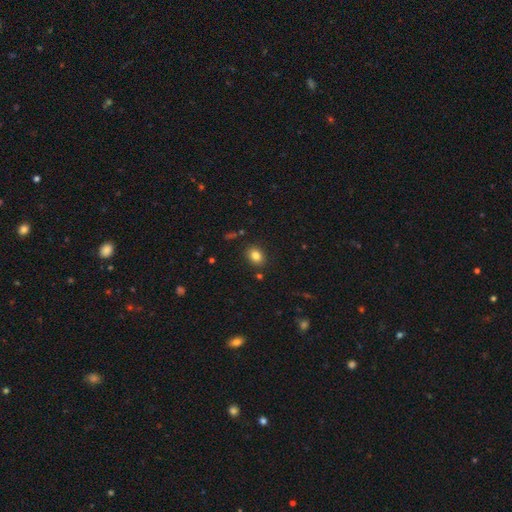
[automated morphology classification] smooth 82%, star or artifact 11%, featured or disk 7%. Down the decision tree: how rounded — in between (58%); merging — none (86%).